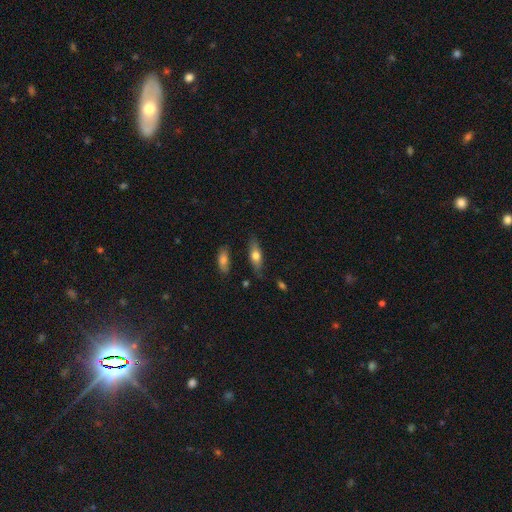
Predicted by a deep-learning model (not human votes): Q: Smooth or featured?
A: smooth (64%); runner-up: featured or disk (29%)
Q: How rounded?
A: in between (60%); runner-up: cigar-shaped (36%)
Q: Merging?
A: none (78%); runner-up: minor disturbance (15%)